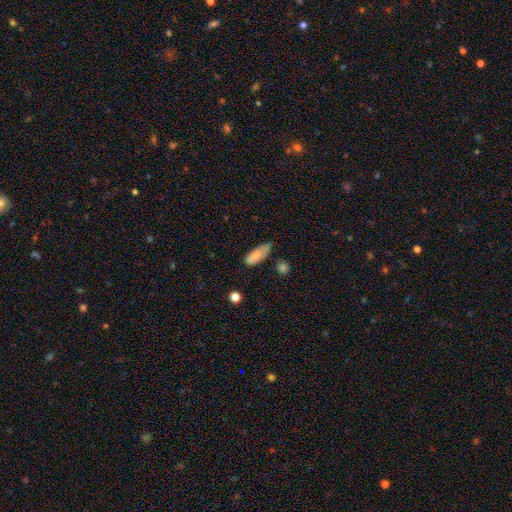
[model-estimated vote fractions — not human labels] The model was most divided on "merging": none: 46%, minor disturbance: 38%, major disturbance: 11%, merger: 5%. More confident: smooth or featured — smooth (84%); how rounded — in between (73%).